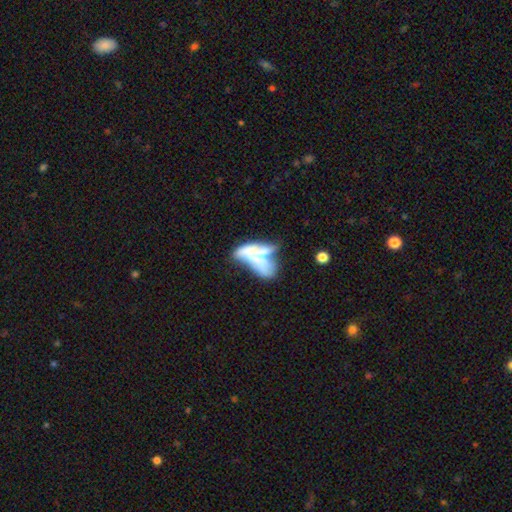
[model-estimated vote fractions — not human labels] smooth_or_featured: featured or disk (p=0.46) [alt: smooth p=0.43]
merging: merger (p=0.55) [alt: major disturbance p=0.20]